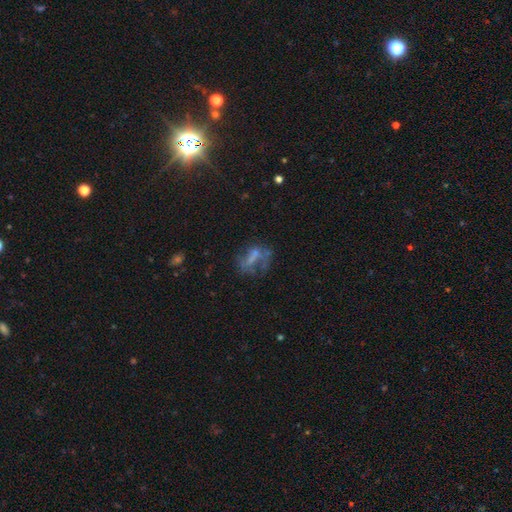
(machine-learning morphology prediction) type=featured or disk (48%); merging=none (43%).